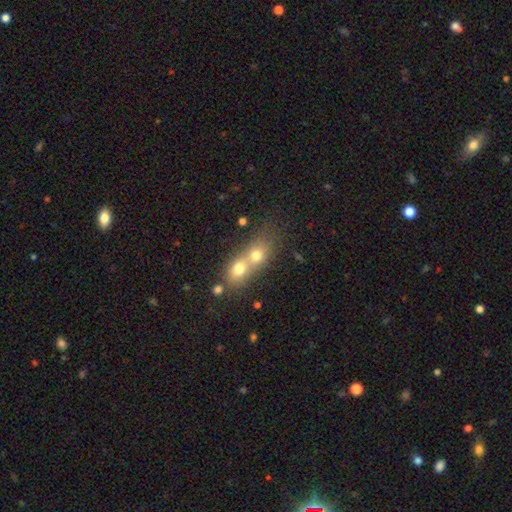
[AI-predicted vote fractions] This appears to be a smooth galaxy with no disk features (56%) that is round (63%). Merging: merger (64%).